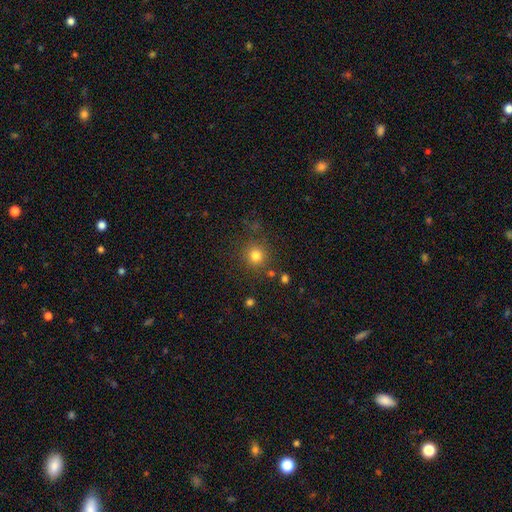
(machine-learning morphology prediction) Smooth or featured? Predicted: smooth (p=0.80). How rounded? Predicted: round (p=0.93). Merging? Predicted: none (p=0.83).